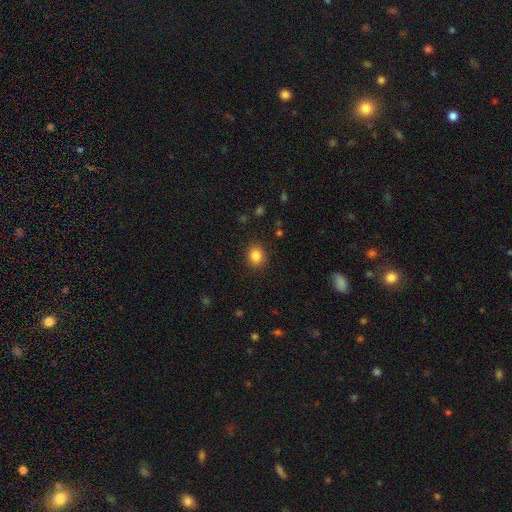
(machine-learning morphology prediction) This appears to be a smooth galaxy with no disk features (84%) that is round (80%). Merging: none (89%).